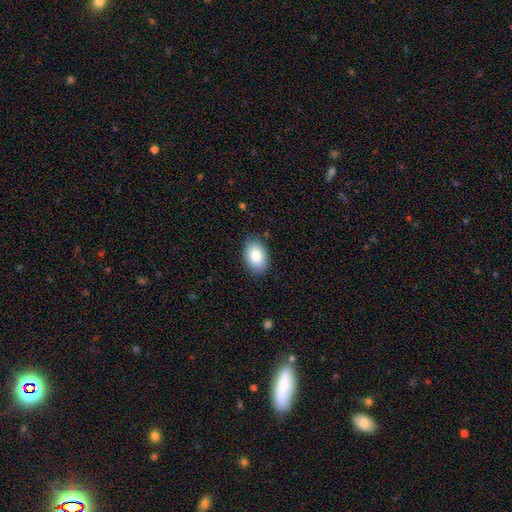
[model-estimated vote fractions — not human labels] This appears to be a smooth galaxy with no disk features (85%) that is in between round and cigar-shaped (88%). Merging: none (84%).